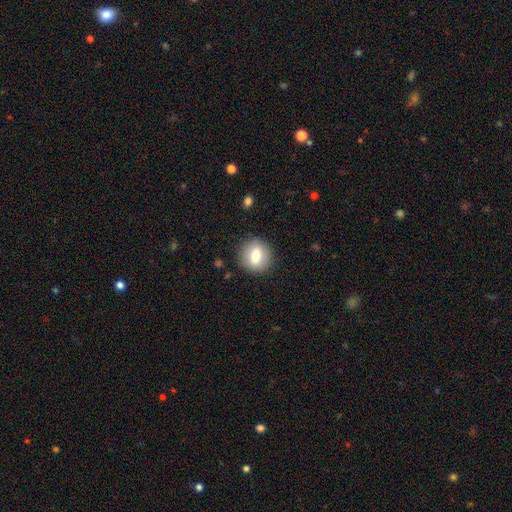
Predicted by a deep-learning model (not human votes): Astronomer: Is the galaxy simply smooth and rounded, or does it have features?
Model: smooth — 75%.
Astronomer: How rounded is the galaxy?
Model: round — 74%.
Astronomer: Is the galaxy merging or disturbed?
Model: none — 88%.